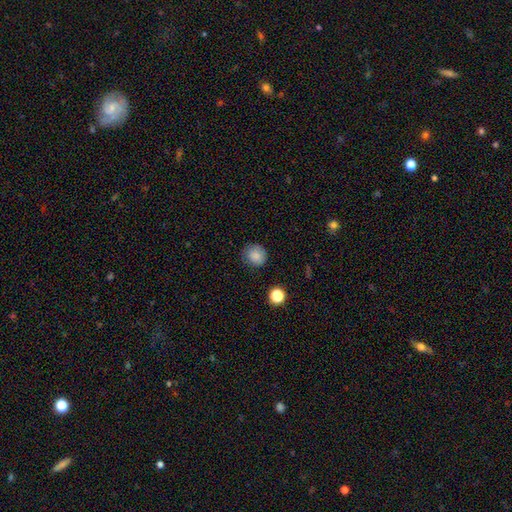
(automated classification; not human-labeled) A smooth galaxy with no disk features (85%) that is round (87%).

Vote fractions:
- Smooth or featured? smooth: 85% / star or artifact: 11% / featured or disk: 5%
- How rounded? round: 87% / in between: 12% / cigar-shaped: 1%
- Merging? none: 83% / minor disturbance: 12% / major disturbance: 3% / merger: 2%